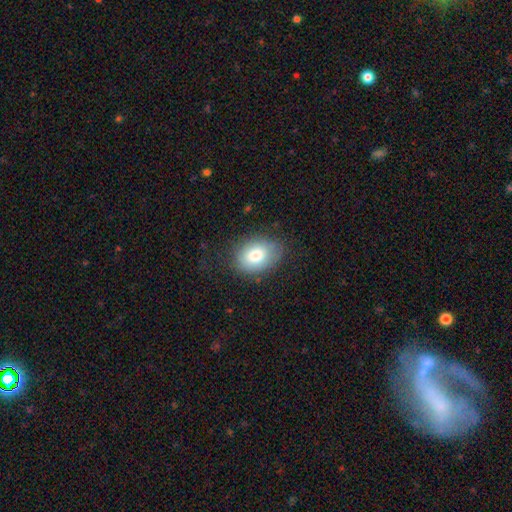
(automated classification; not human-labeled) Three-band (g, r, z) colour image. It shows a smooth galaxy with no disk features (80%) that is in between round and cigar-shaped (72%). Merging: none (75%).